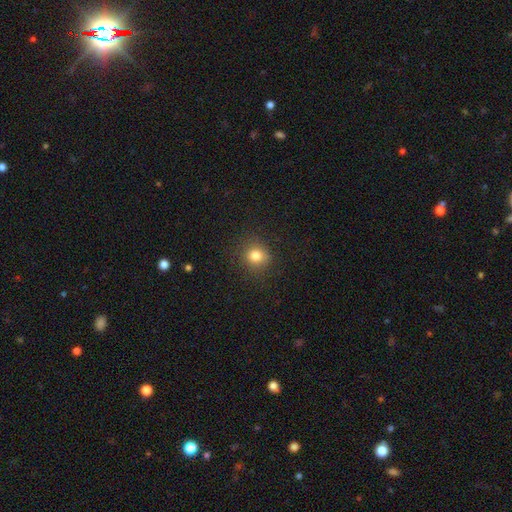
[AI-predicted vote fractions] Q: Smooth or featured?
A: smooth (81%); runner-up: star or artifact (13%)
Q: How rounded?
A: round (86%); runner-up: in between (13%)
Q: Merging?
A: none (87%); runner-up: minor disturbance (9%)